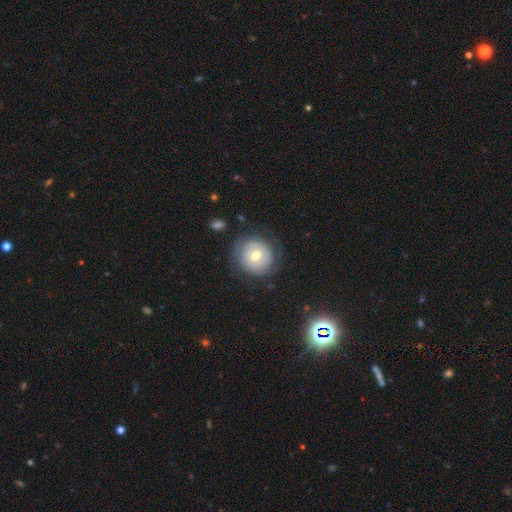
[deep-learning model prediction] The model was most divided on "smooth or featured": featured or disk: 53%, smooth: 39%, star or artifact: 8%. More confident: edge-on disk — no (97%); merging — none (75%); spiral arms — yes (73%); bulge size — moderate (67%); bar — no (56%).